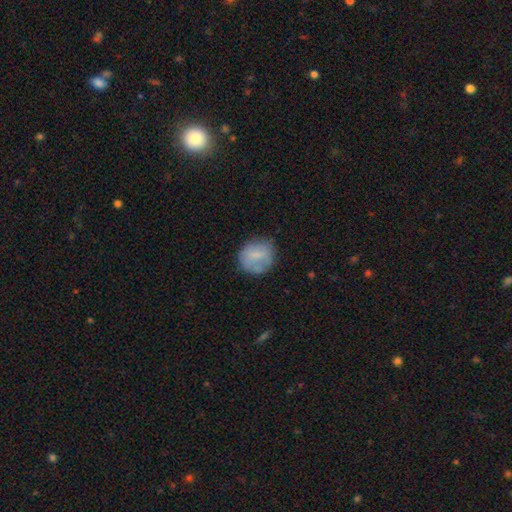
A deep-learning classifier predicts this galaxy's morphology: type=smooth (72%); roundness=round (83%); merging=none (71%).